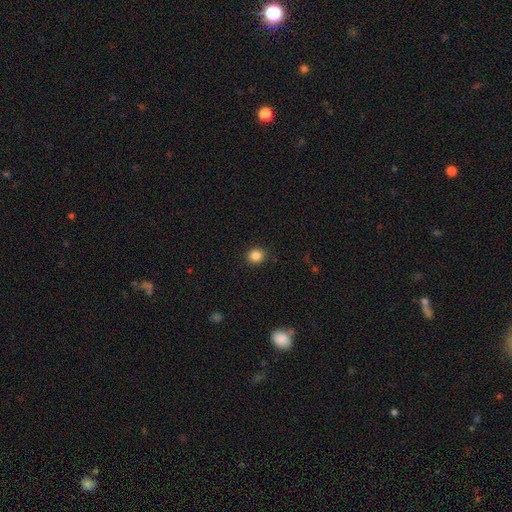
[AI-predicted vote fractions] This is clearly a smooth galaxy (85%). How rounded: clearly round (81%). Merging: clearly none (90%).